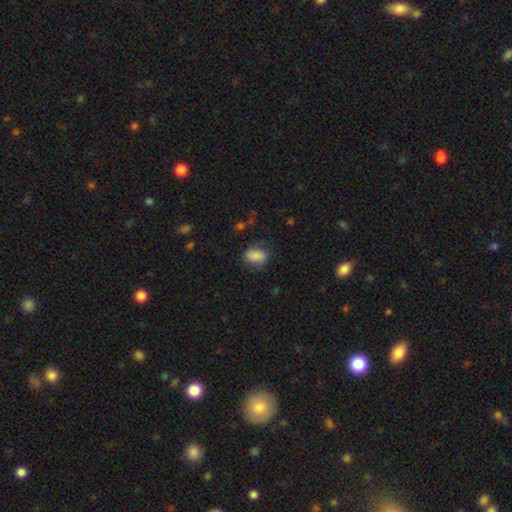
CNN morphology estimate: A smooth galaxy with no disk features (80%) that is in between round and cigar-shaped (74%). Merging: none (68%).